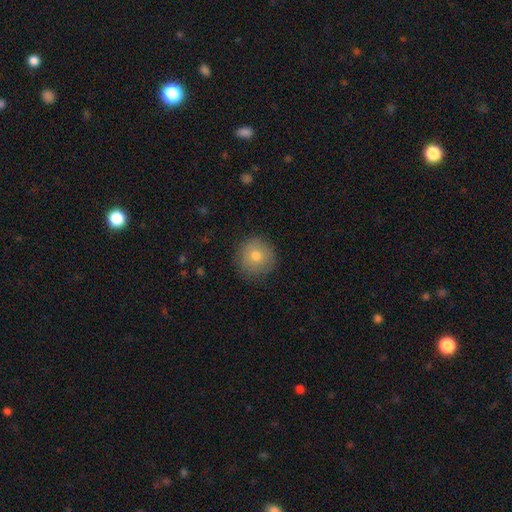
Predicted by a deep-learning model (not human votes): Smooth or featured? smooth (75%)
How rounded? round (94%)
Merging? none (86%)